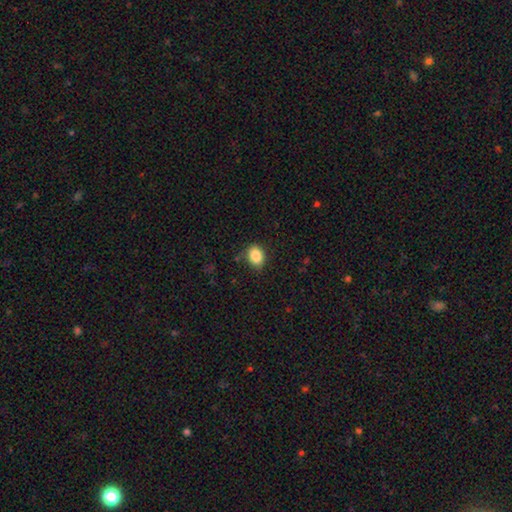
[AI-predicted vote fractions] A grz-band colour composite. It shows a smooth galaxy with no disk features (86%) that is in between round and cigar-shaped (69%). Merging: none (79%).